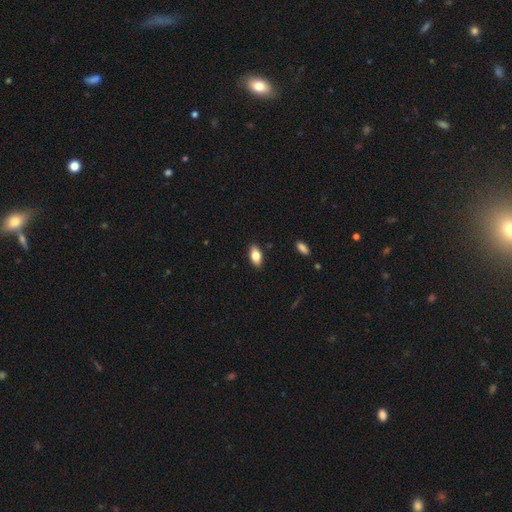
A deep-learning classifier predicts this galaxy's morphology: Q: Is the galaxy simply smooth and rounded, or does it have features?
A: smooth — 79%.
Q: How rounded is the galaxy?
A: in between — 90%.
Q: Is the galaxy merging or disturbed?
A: none — 89%.